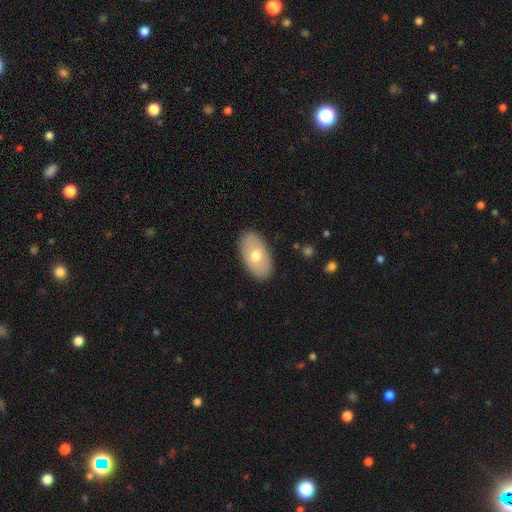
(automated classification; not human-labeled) Overall: smooth (63%; featured or disk 31%). How rounded: in between (94%). Merging: none (87%).